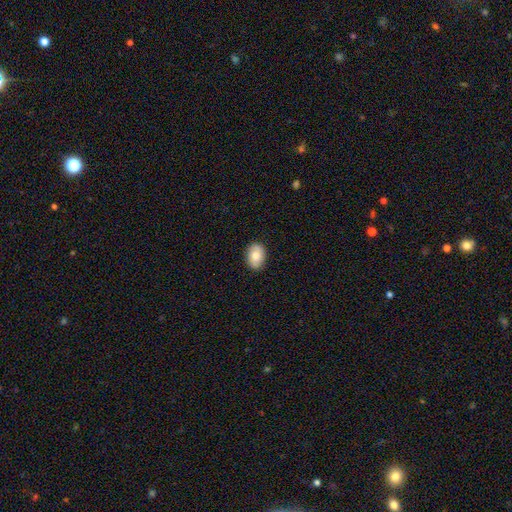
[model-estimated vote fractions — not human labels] A smooth galaxy with no disk features (79%) that is in between round and cigar-shaped (79%). Merging: none (87%).